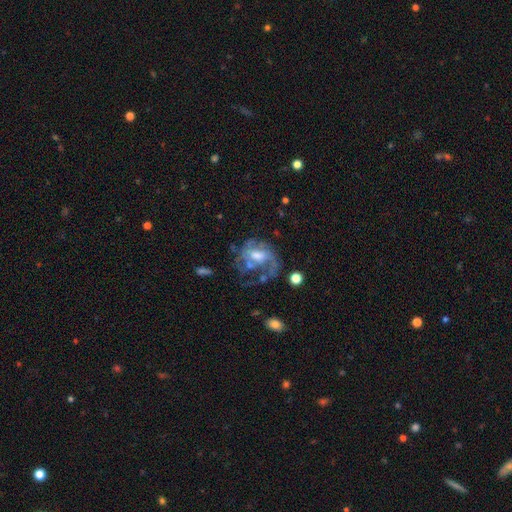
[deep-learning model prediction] featured or disk 75%, smooth 16%, star or artifact 9%. Down the decision tree: edge-on disk — no (97%); bar — no (52%); spiral arms — yes (75%); spiral arm count — can't tell (31%); spiral winding — medium (42%); bulge size — moderate (56%); merging — major disturbance (40%).